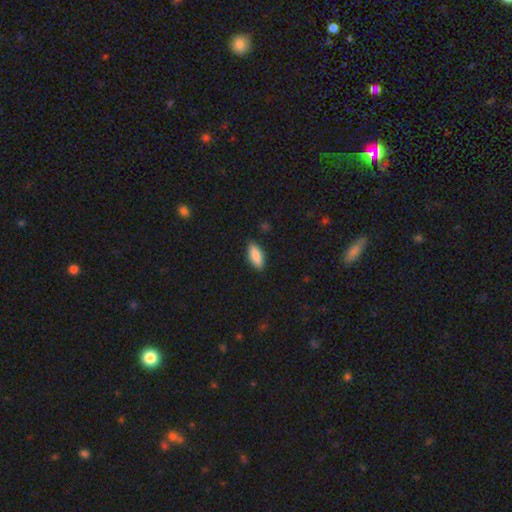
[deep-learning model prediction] Q: Smooth or featured?
A: smooth (88%); runner-up: featured or disk (6%)
Q: How rounded?
A: in between (83%); runner-up: cigar-shaped (15%)
Q: Merging?
A: none (87%); runner-up: minor disturbance (10%)